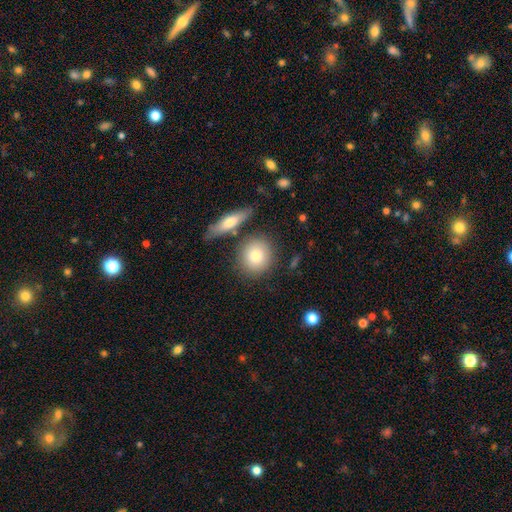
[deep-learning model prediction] Q: Smooth or featured?
A: smooth (80%); runner-up: featured or disk (13%)
Q: How rounded?
A: round (83%); runner-up: in between (15%)
Q: Merging?
A: none (77%); runner-up: merger (10%)